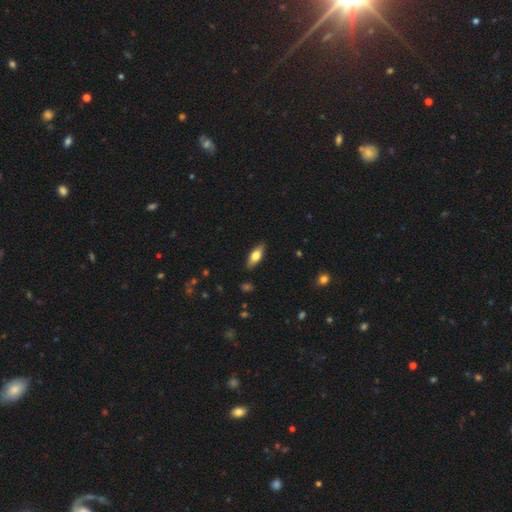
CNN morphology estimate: Q: Smooth or featured?
A: smooth (63%); runner-up: featured or disk (31%)
Q: How rounded?
A: in between (68%); runner-up: cigar-shaped (29%)
Q: Merging?
A: none (87%); runner-up: minor disturbance (10%)